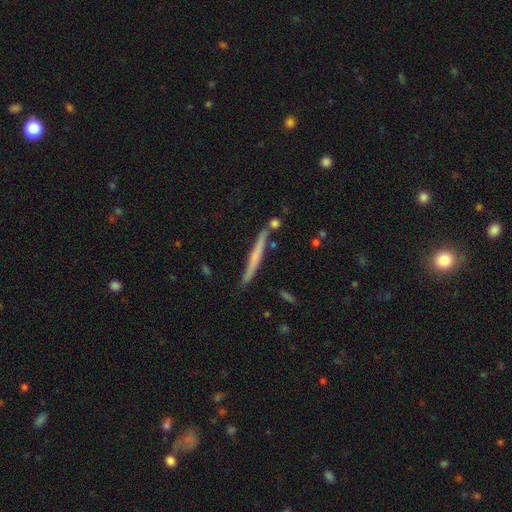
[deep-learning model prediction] Q: Smooth or featured?
A: featured or disk (51%); runner-up: smooth (43%)
Q: Edge-on disk?
A: yes (97%); runner-up: no (3%)
Q: Merging?
A: none (84%); runner-up: minor disturbance (10%)